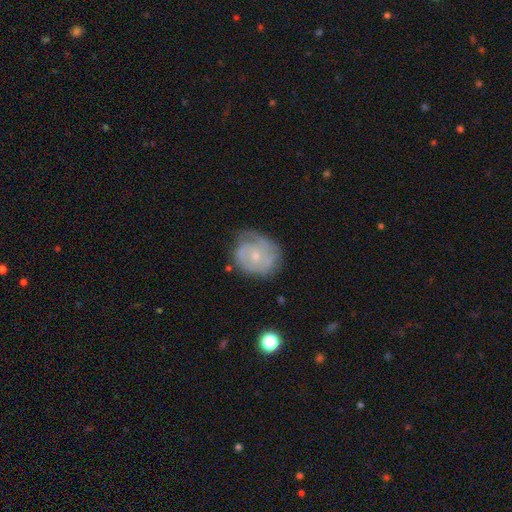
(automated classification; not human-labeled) Smooth or featured? featured or disk (67%)
Edge-on disk? no (97%)
Bar? no (80%)
Spiral arms? yes (80%)
Spiral winding? tight (61%)
Spiral arm count? can't tell (40%)
Bulge size? small (70%)
Merging? none (60%)